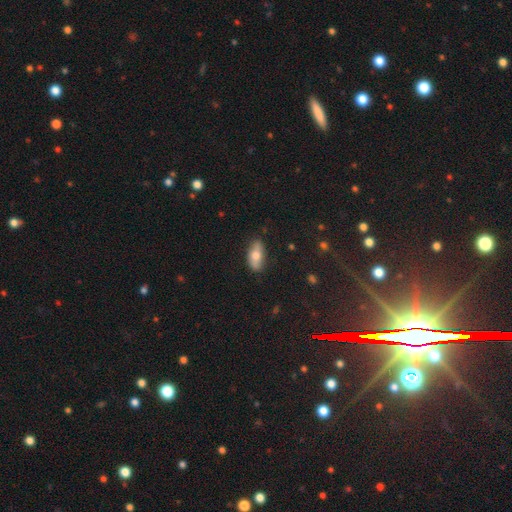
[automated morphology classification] Overall: smooth (67%). How rounded: in between (85%). Merging: none (81%).